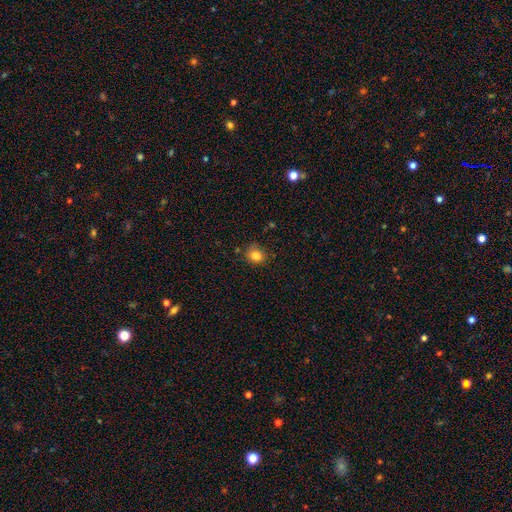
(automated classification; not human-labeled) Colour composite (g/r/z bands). It shows a smooth galaxy with no disk features (83%) that is round (70%). Merging: none (72%).